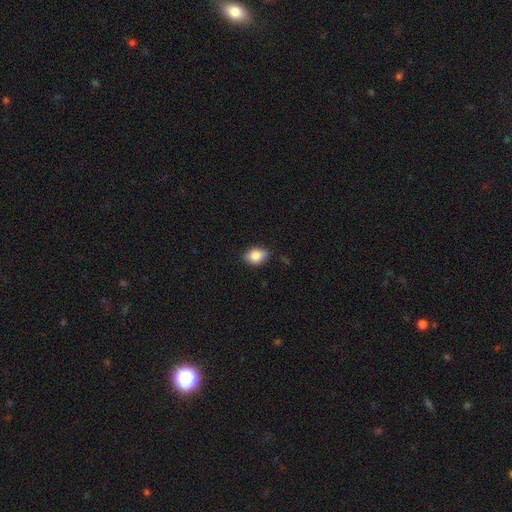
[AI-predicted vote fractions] Smooth or featured: smooth — 85% (star or artifact — 8%)
How rounded: in between — 77% (round — 21%)
Merging: none — 76% (minor disturbance — 19%)